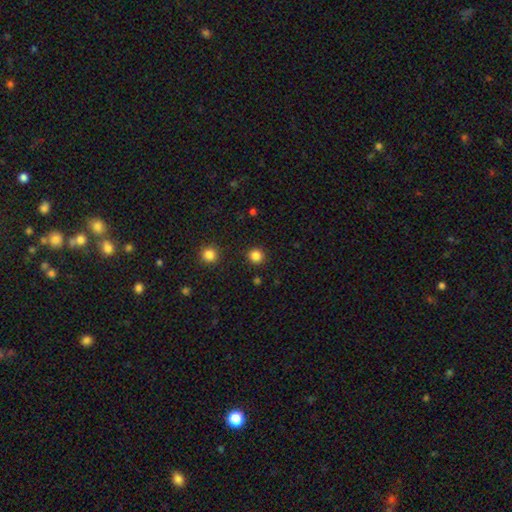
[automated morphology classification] The model was most divided on "smooth or featured": smooth: 83%, star or artifact: 13%, featured or disk: 4%. More confident: how rounded — round (94%); merging — none (91%).